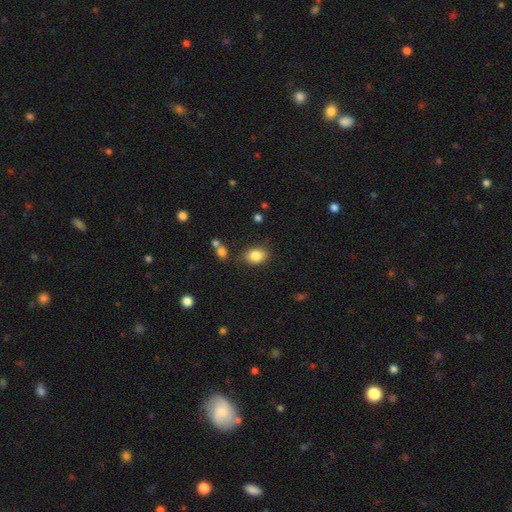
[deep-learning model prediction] Smooth or featured? Predicted: smooth (p=0.85). How rounded? Predicted: in between (p=0.70). Merging? Predicted: none (p=0.80).